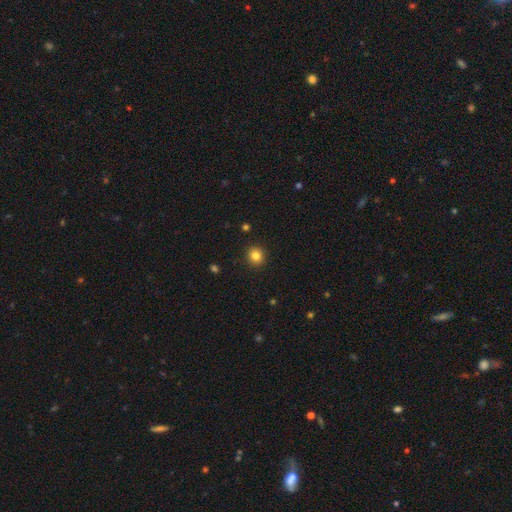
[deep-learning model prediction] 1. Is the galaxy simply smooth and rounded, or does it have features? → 83% smooth, 12% star or artifact, 5% featured or disk.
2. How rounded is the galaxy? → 90% round, 9% in between, 1% cigar-shaped.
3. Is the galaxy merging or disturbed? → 92% none, 5% minor disturbance, 2% major disturbance, 1% merger.